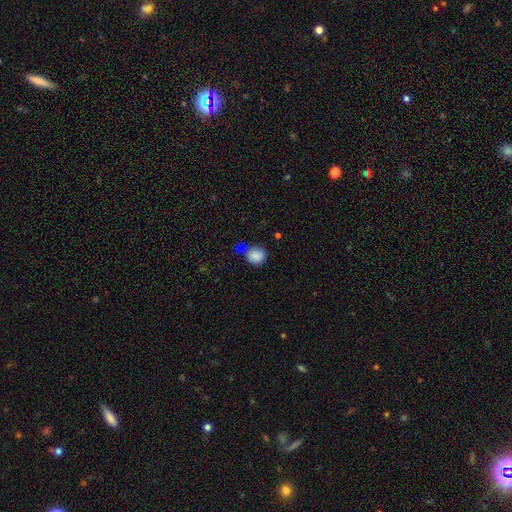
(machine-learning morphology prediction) smooth 86%, star or artifact 9%, featured or disk 5%. Down the decision tree: how rounded — round (79%); merging — none (52%).